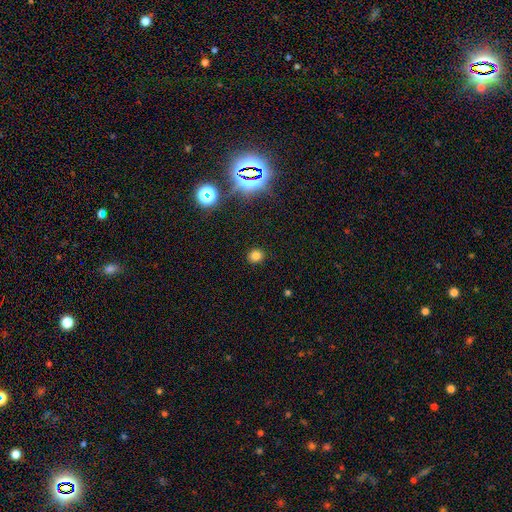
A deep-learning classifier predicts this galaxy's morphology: Smooth or featured? Predicted: smooth (p=0.77). How rounded? Predicted: round (p=0.83). Merging? Predicted: none (p=0.90).